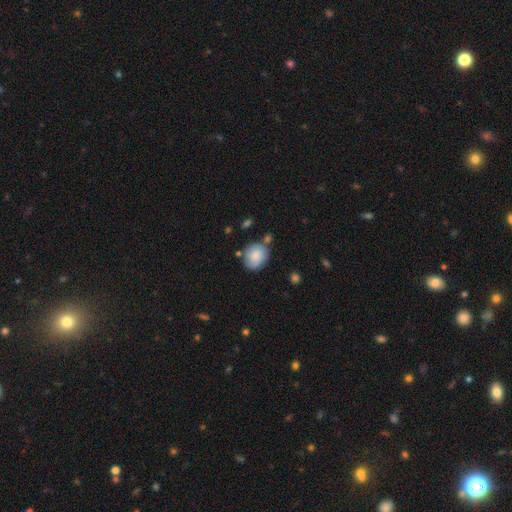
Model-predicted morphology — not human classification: smooth-or-featured: smooth: 77% | featured or disk: 16% | star or artifact: 7%
  how-rounded: round: 65% | in between: 34% | cigar-shaped: 1%
  merging: none: 67% | minor disturbance: 20% | merger: 9% | major disturbance: 5%